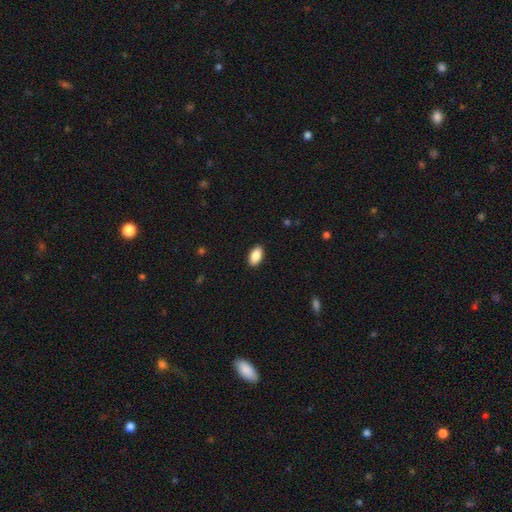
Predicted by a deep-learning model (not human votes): smooth_or_featured: smooth (p=0.89) [alt: star or artifact p=0.07]
how_rounded: in between (p=0.94) [alt: round p=0.03]
merging: none (p=0.90) [alt: minor disturbance p=0.08]